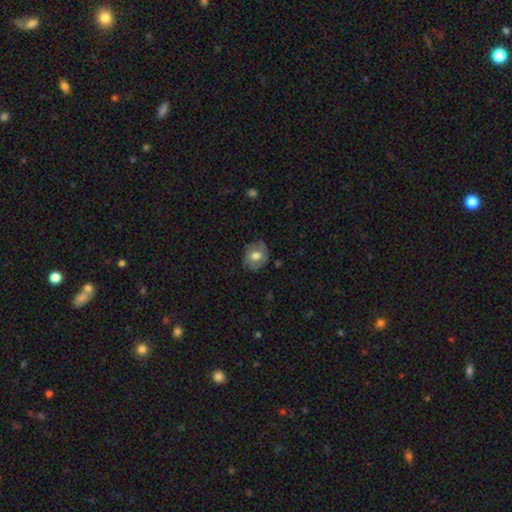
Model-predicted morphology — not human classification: smooth-or-featured: smooth: 63% | featured or disk: 29% | star or artifact: 8%
  how-rounded: round: 63% | in between: 36% | cigar-shaped: 1%
  merging: none: 74% | minor disturbance: 19% | major disturbance: 5% | merger: 1%